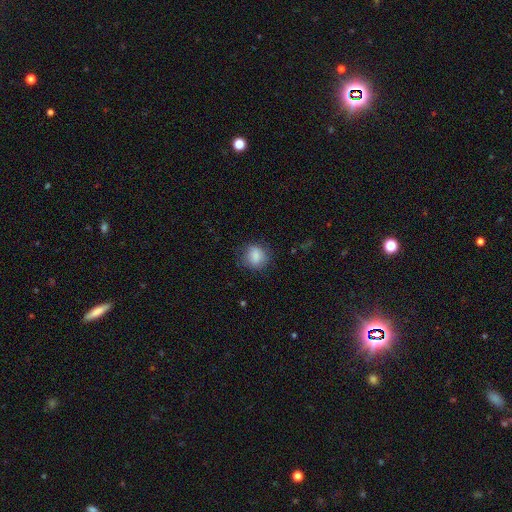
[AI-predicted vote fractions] A smooth galaxy with no disk features (83%) that is round (72%). Merging: none (73%).